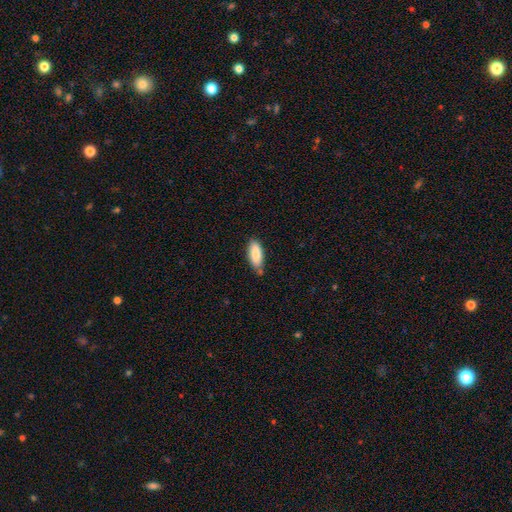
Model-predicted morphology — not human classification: Smooth or featured? Predicted: smooth (p=0.85). How rounded? Predicted: in between (p=0.79). Merging? Predicted: none (p=0.73).